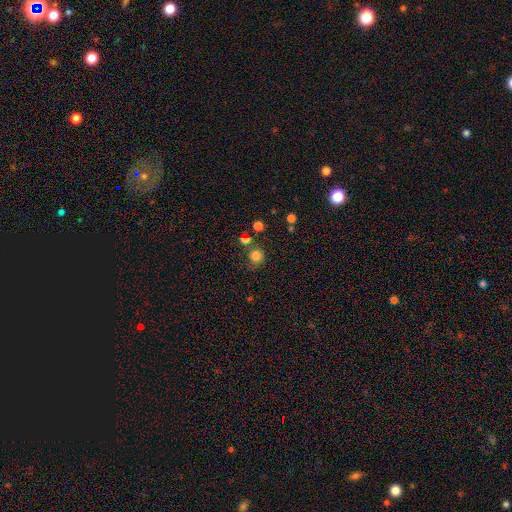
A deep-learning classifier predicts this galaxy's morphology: smooth 80%, star or artifact 14%, featured or disk 6%. Down the decision tree: how rounded — round (83%); merging — none (68%).